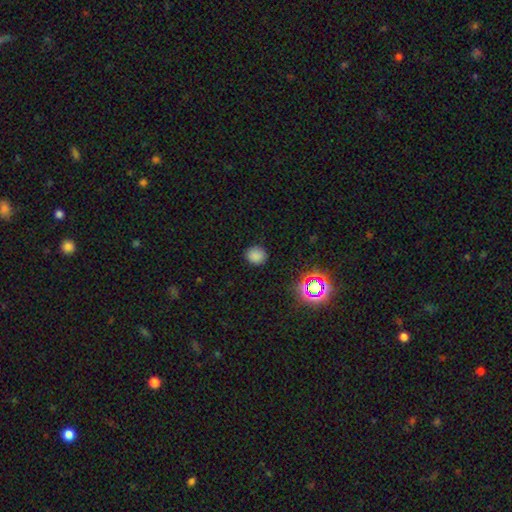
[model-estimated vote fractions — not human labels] A smooth galaxy with no disk features (79%) that is round (82%). Merging: none (88%).